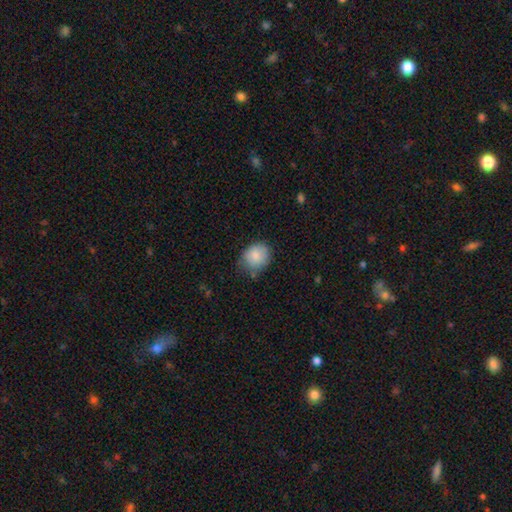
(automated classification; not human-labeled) Smooth or featured?
  - smooth: 85% *
  - star or artifact: 8%
  - featured or disk: 8%
How rounded?
  - round: 64% *
  - in between: 35%
  - cigar-shaped: 1%
Merging?
  - none: 64% *
  - minor disturbance: 28%
  - major disturbance: 5%
  - merger: 3%